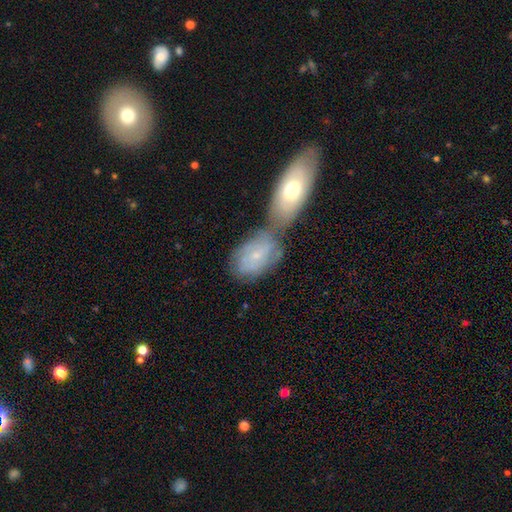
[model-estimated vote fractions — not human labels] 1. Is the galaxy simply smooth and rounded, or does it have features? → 48% featured or disk, 45% smooth, 8% star or artifact.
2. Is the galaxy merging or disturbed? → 52% merger, 29% none, 13% minor disturbance, 5% major disturbance.